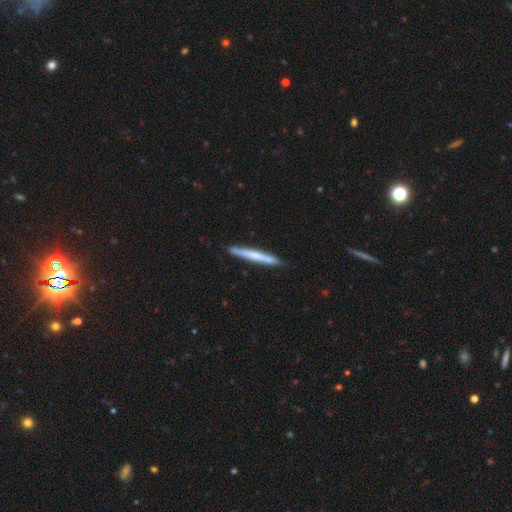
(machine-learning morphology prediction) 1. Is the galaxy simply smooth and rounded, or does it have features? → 50% smooth, 44% featured or disk, 5% star or artifact.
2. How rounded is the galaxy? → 97% cigar-shaped, 2% in between, 1% round.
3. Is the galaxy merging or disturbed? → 89% none, 8% minor disturbance, 1% merger, 1% major disturbance.